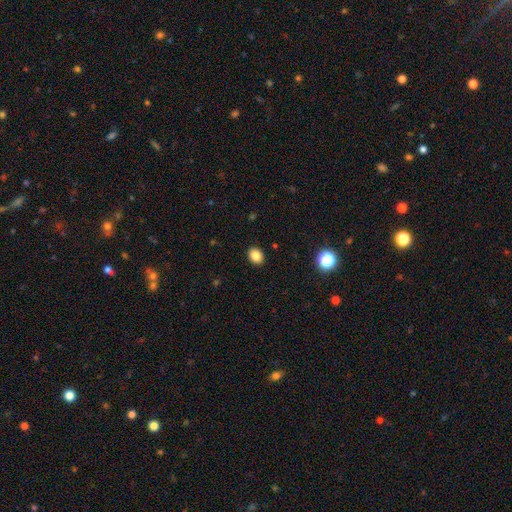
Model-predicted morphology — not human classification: Smooth or featured: smooth — 85% (star or artifact — 10%)
How rounded: in between — 54% (round — 45%)
Merging: none — 91% (minor disturbance — 6%)